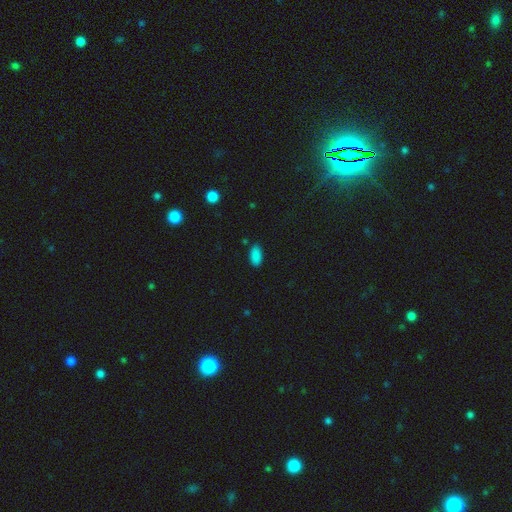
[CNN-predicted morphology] A smooth galaxy with no disk features (86%) that is in between round and cigar-shaped (93%).

Vote fractions:
- Smooth or featured? smooth: 86% / star or artifact: 10% / featured or disk: 3%
- How rounded? in between: 93% / cigar-shaped: 4% / round: 3%
- Merging? none: 84% / minor disturbance: 12% / major disturbance: 2% / merger: 2%